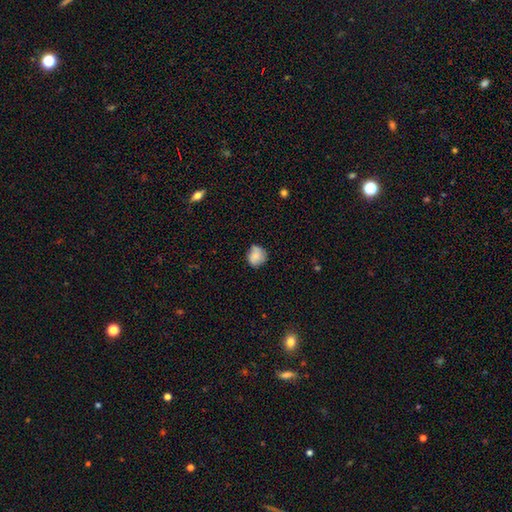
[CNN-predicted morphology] smooth 80%, featured or disk 11%, star or artifact 8%. Down the decision tree: how rounded — round (81%); merging — none (67%).